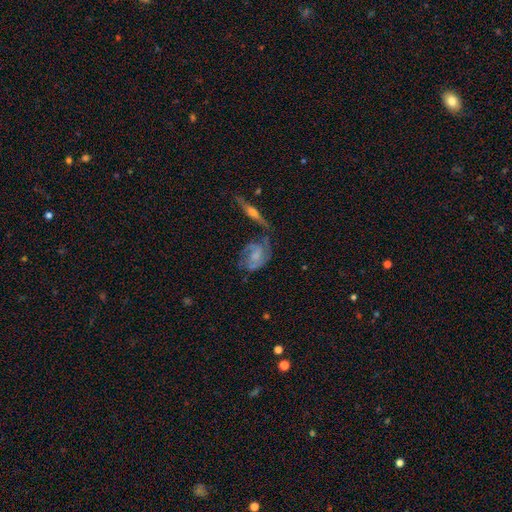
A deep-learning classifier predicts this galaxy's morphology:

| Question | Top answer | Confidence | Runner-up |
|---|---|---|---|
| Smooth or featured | featured or disk | 73% | smooth (21%) |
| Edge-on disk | no | 93% | yes (7%) |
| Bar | no | 55% | weak (36%) |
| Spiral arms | yes | 88% | no (12%) |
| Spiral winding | medium | 45% | tight (39%) |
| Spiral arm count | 2 | 71% | can't tell (15%) |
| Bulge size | small | 32% | moderate (31%) |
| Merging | none | 51% | minor disturbance (22%) |